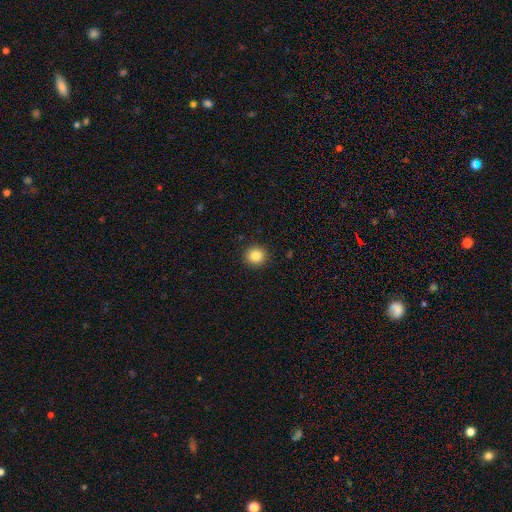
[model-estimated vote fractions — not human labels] The model was most divided on "smooth or featured": smooth: 85%, star or artifact: 10%, featured or disk: 5%. More confident: merging — none (92%); how rounded — round (92%).